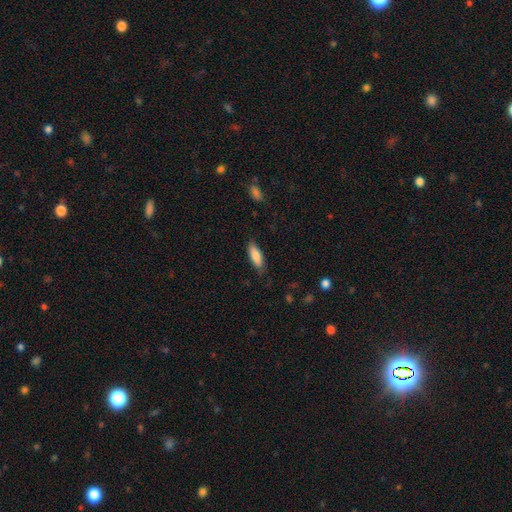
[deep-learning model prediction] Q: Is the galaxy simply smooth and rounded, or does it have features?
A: smooth — 80%.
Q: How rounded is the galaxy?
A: in between — 61%.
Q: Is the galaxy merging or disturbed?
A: none — 77%.